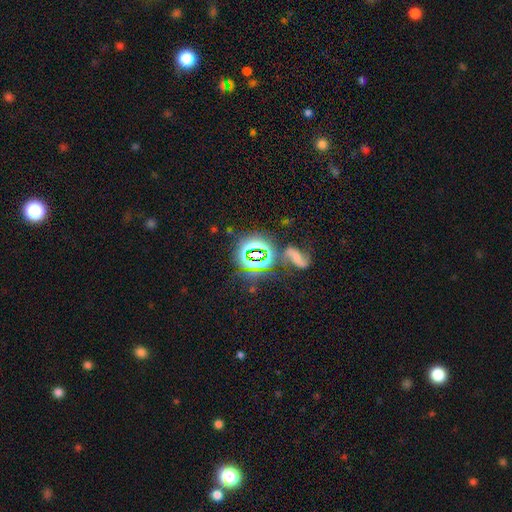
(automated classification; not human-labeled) Smooth or featured: star or artifact — 61% (smooth — 21%)